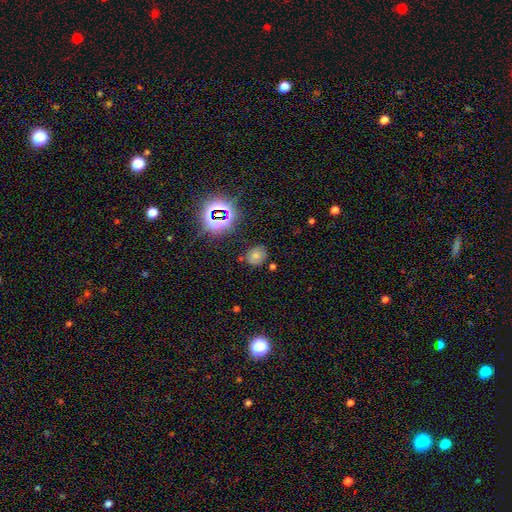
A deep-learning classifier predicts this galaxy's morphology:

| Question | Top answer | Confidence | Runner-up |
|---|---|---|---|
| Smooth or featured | smooth | 62% | star or artifact (26%) |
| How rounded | round | 58% | in between (41%) |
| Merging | none | 78% | minor disturbance (15%) |